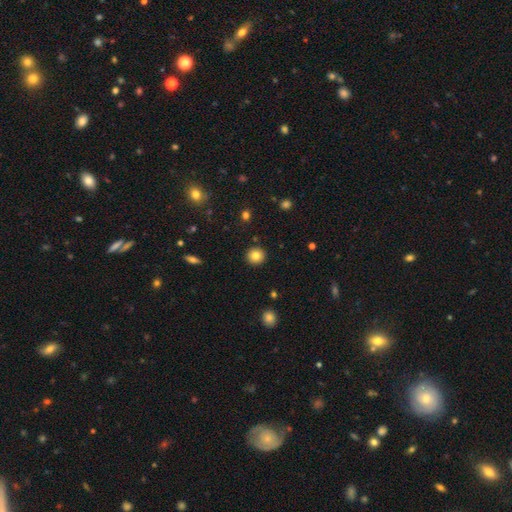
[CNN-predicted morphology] Smooth or featured: smooth — 83% (star or artifact — 10%)
How rounded: round — 92% (in between — 7%)
Merging: none — 92% (minor disturbance — 5%)